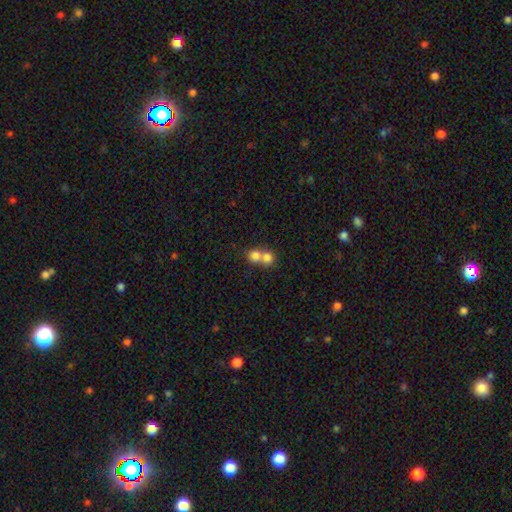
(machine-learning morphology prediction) Smooth or featured?
  - smooth: 78% *
  - featured or disk: 12%
  - star or artifact: 10%
How rounded?
  - round: 83% *
  - in between: 16%
  - cigar-shaped: 1%
Merging?
  - merger: 65% *
  - none: 29%
  - minor disturbance: 4%
  - major disturbance: 2%